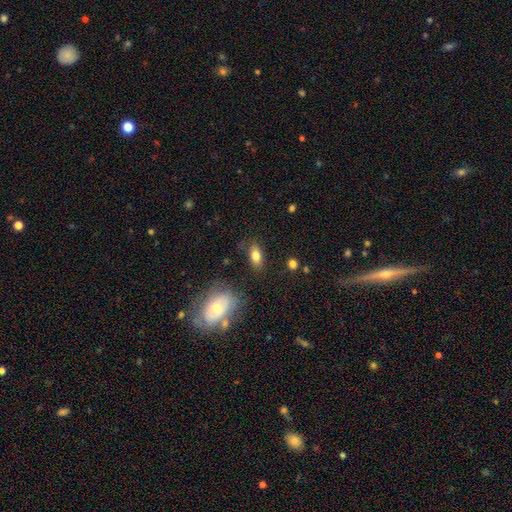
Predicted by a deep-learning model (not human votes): Smooth or featured: smooth — 79% (featured or disk — 12%)
How rounded: in between — 86% (cigar-shaped — 8%)
Merging: none — 81% (minor disturbance — 13%)